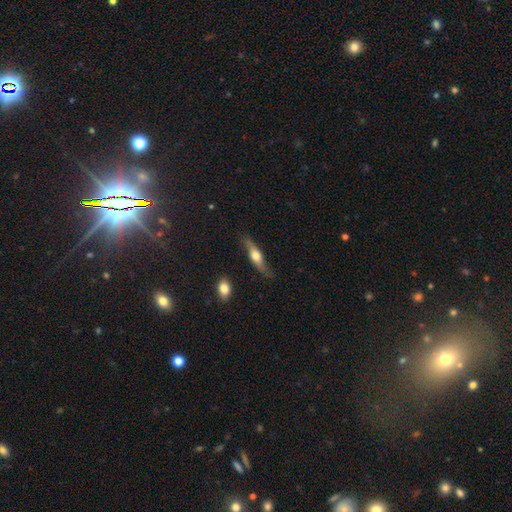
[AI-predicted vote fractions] Smooth or featured?
  - featured or disk: 60% *
  - smooth: 34%
  - star or artifact: 6%
Edge-on disk?
  - yes: 76% *
  - no: 24%
Merging?
  - none: 73% *
  - minor disturbance: 20%
  - major disturbance: 5%
  - merger: 2%